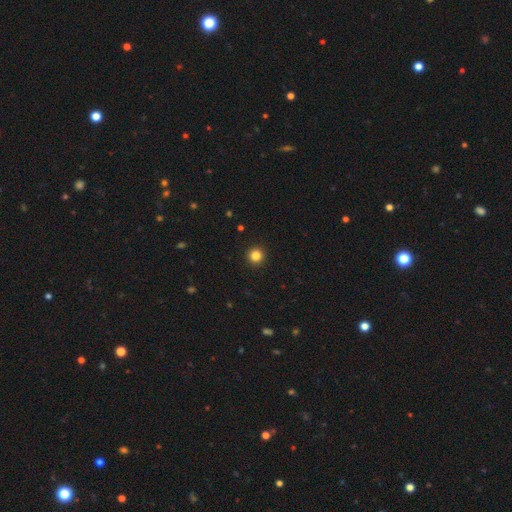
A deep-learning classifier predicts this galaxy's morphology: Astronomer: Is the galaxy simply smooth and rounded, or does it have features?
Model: smooth — 84%.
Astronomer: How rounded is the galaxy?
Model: round — 96%.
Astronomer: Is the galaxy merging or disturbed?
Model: none — 94%.